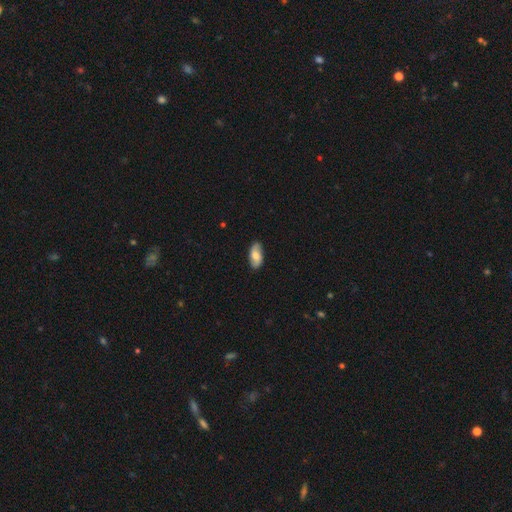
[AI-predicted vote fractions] Smooth or featured?
  - smooth: 64% *
  - featured or disk: 30%
  - star or artifact: 7%
How rounded?
  - in between: 91% *
  - cigar-shaped: 6%
  - round: 3%
Merging?
  - none: 85% *
  - minor disturbance: 12%
  - major disturbance: 2%
  - merger: 1%